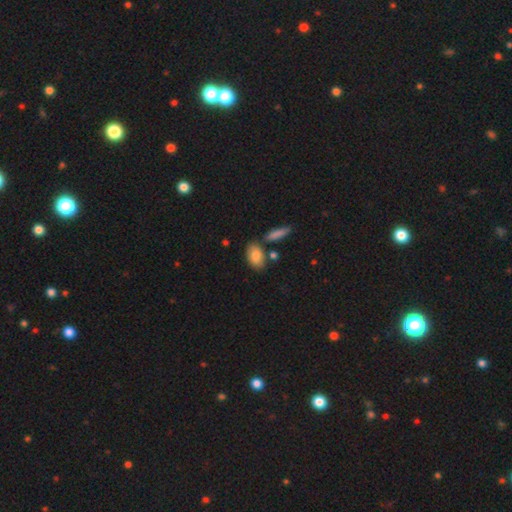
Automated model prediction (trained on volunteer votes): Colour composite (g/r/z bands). It shows a smooth galaxy with no disk features (82%) that is in between round and cigar-shaped (88%). Merging: none (69%).